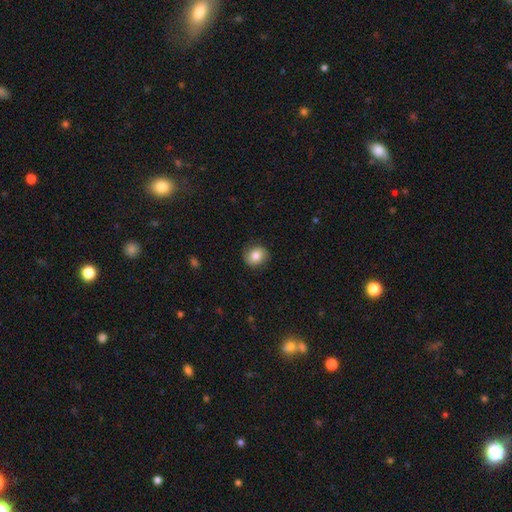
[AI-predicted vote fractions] Morphology: type=smooth (76%); roundness=round (75%); merging=none (82%).